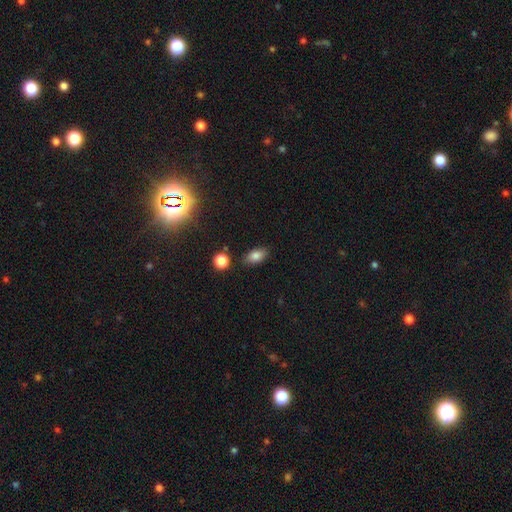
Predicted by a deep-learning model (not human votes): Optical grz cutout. It shows a smooth galaxy with no disk features (81%) that is in between round and cigar-shaped (87%). Merging: none (83%).